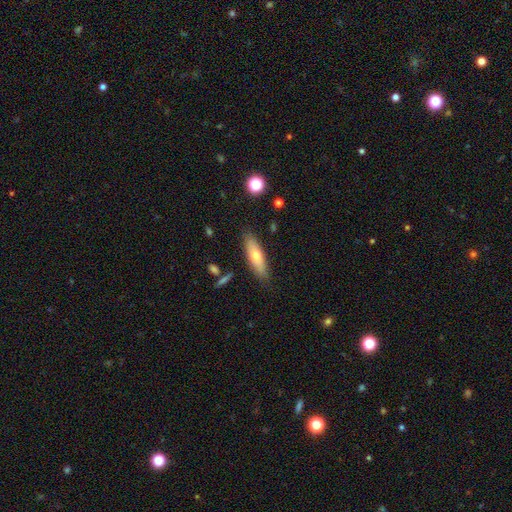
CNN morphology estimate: Smooth or featured? smooth (66%)
How rounded? cigar-shaped (50%)
Merging? none (82%)